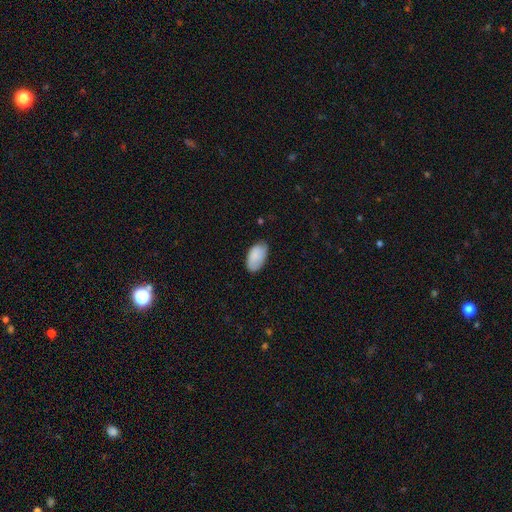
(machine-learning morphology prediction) Q: Smooth or featured?
A: smooth (85%); runner-up: featured or disk (8%)
Q: How rounded?
A: in between (95%); runner-up: round (3%)
Q: Merging?
A: none (68%); runner-up: minor disturbance (26%)